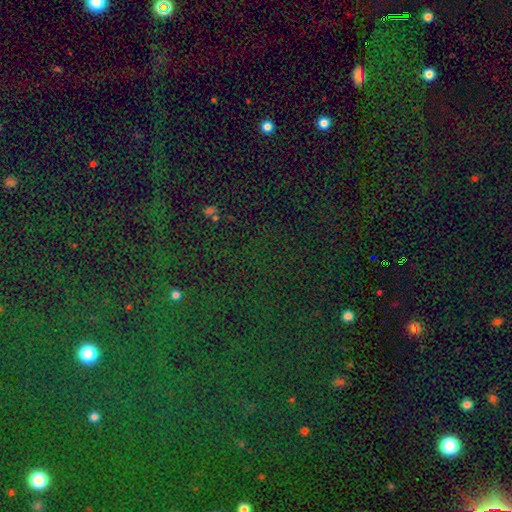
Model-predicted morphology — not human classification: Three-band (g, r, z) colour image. It shows a star or artifact, not a galaxy (80%).